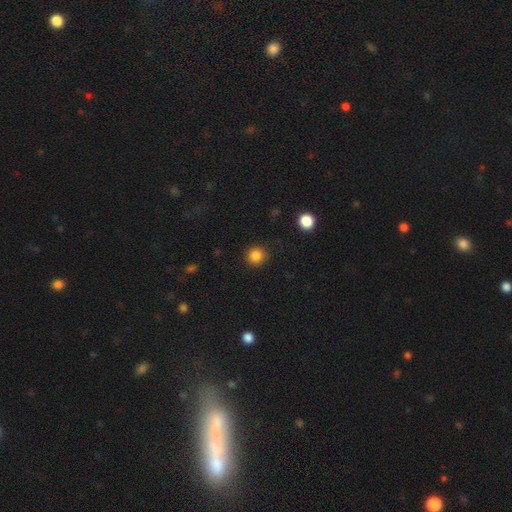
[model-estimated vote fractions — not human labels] Smooth or featured? smooth (85%)
How rounded? round (93%)
Merging? none (89%)